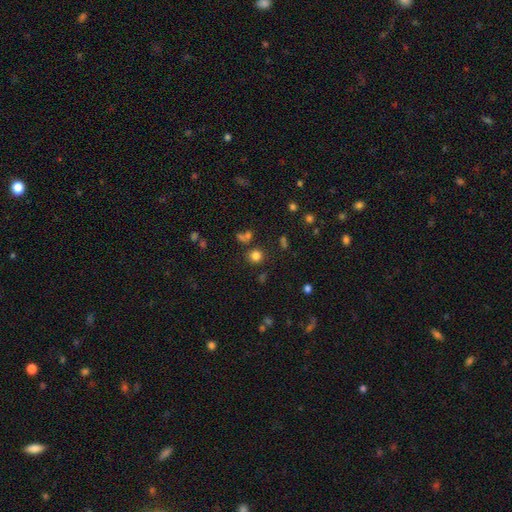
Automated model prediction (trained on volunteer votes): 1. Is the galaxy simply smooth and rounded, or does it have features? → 78% smooth, 16% star or artifact, 6% featured or disk.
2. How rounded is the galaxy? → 88% round, 11% in between, 1% cigar-shaped.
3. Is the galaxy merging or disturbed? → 81% none, 8% minor disturbance, 7% merger, 4% major disturbance.